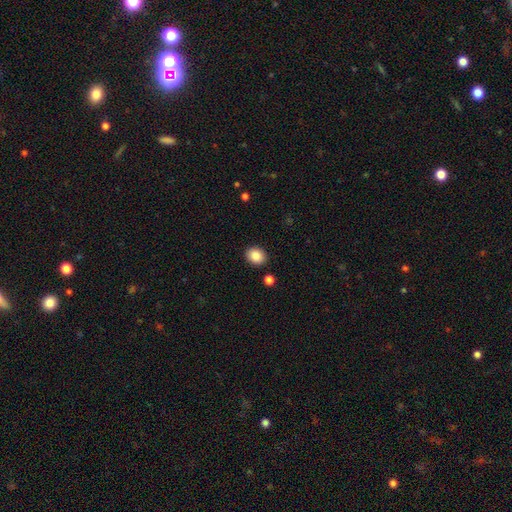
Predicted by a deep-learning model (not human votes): Q: Smooth or featured?
A: smooth (87%); runner-up: star or artifact (8%)
Q: How rounded?
A: round (54%); runner-up: in between (45%)
Q: Merging?
A: none (89%); runner-up: minor disturbance (6%)